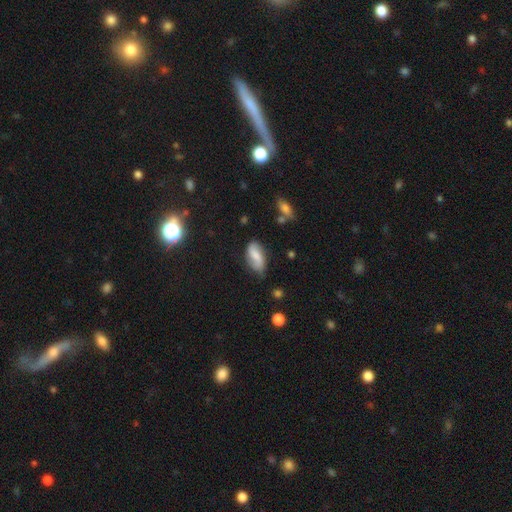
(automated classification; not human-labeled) smooth_or_featured: smooth (p=0.64) [alt: featured or disk p=0.28]
how_rounded: in between (p=0.88) [alt: cigar-shaped p=0.08]
merging: none (p=0.61) [alt: minor disturbance p=0.29]